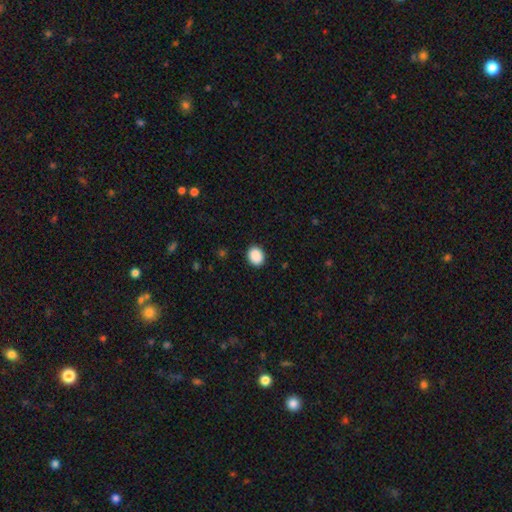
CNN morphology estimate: Smooth or featured? smooth (90%)
How rounded? round (64%)
Merging? none (90%)